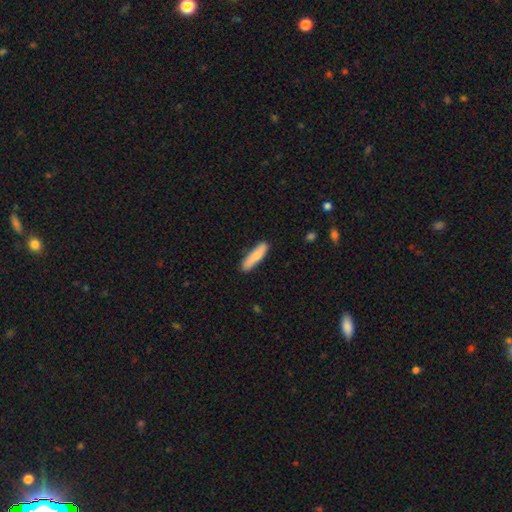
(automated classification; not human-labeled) Morphology: type=smooth (79%); roundness=cigar-shaped (77%); merging=none (85%).